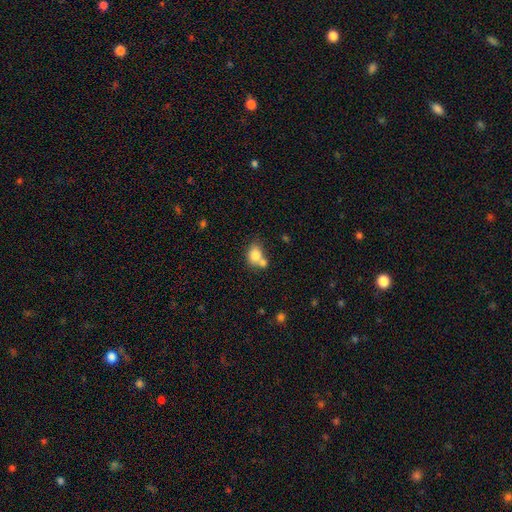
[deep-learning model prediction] Smooth or featured? smooth (78%)
How rounded? in between (61%)
Merging? merger (49%)